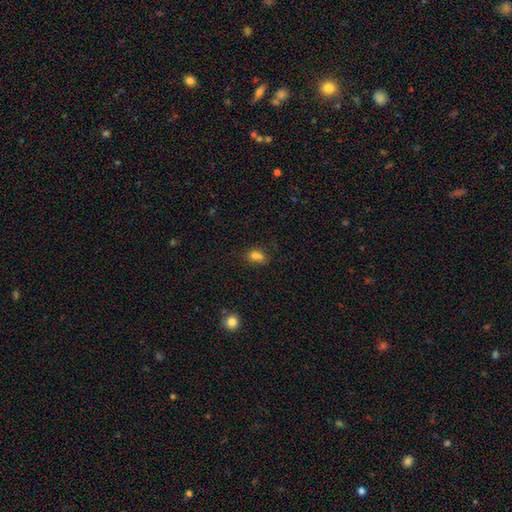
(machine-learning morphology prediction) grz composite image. It shows a smooth galaxy with no disk features (73%) that is in between round and cigar-shaped (51%). Merging: merger (44%).